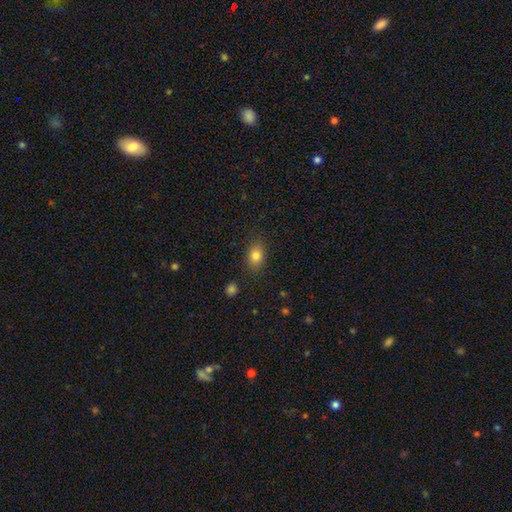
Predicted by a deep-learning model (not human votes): This appears to be a smooth galaxy with no disk features (82%) that is in between round and cigar-shaped (67%). Merging: none (84%).